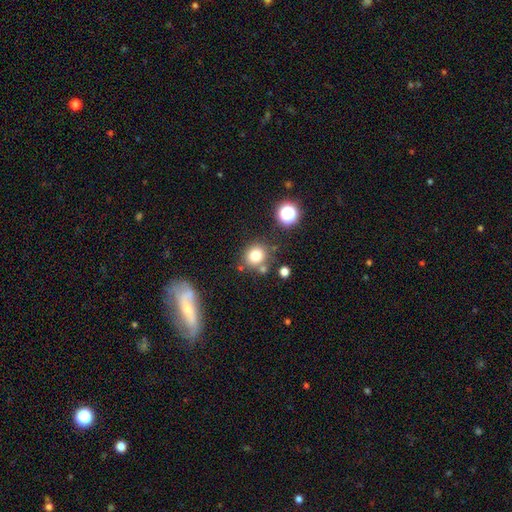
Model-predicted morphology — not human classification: This is likely a smooth galaxy (79%). How rounded: clearly round (82%). Merging: likely none (74%).